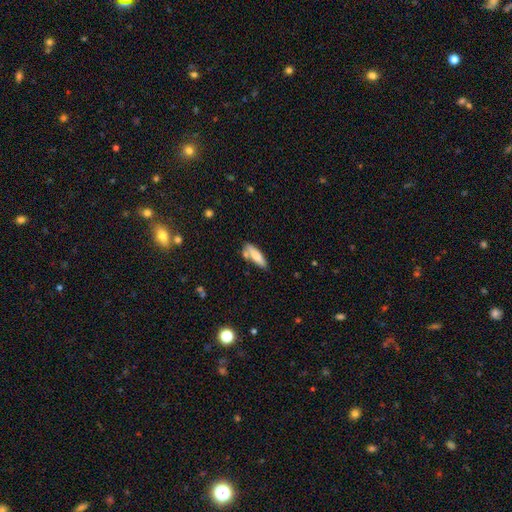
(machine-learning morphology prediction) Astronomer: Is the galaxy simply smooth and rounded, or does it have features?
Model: smooth — 75%.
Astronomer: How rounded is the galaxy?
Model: cigar-shaped — 56% (runner-up: in between, 42%).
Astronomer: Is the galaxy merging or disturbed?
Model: none — 63%.